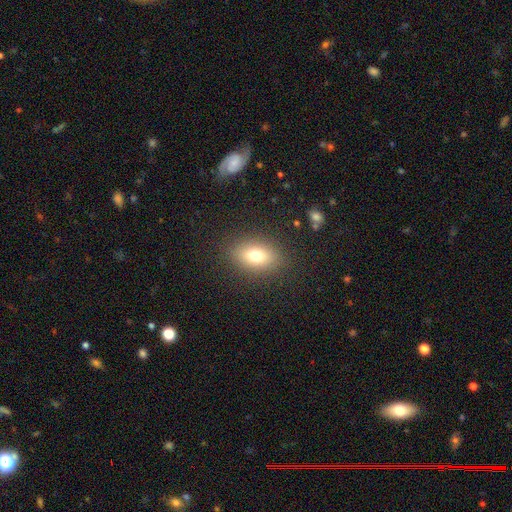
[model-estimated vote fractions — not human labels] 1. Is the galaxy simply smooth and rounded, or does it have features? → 73% smooth, 15% featured or disk, 12% star or artifact.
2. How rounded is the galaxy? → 76% in between, 21% round, 3% cigar-shaped.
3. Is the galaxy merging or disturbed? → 86% none, 9% minor disturbance, 4% major disturbance, 1% merger.